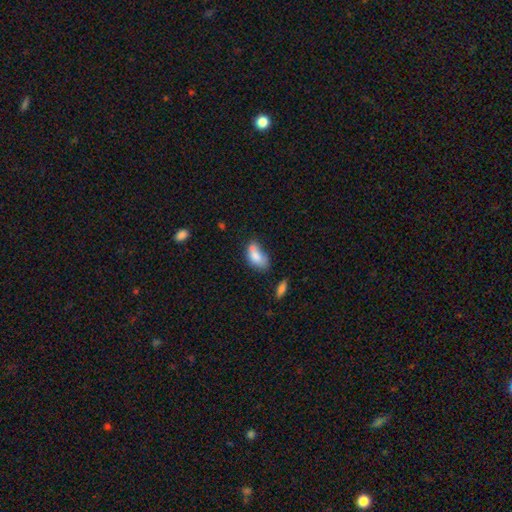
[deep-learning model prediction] The model was most divided on "merging": none: 32%, minor disturbance: 28%, merger: 25%, major disturbance: 15%. More confident: how rounded — in between (89%); smooth or featured — smooth (76%).